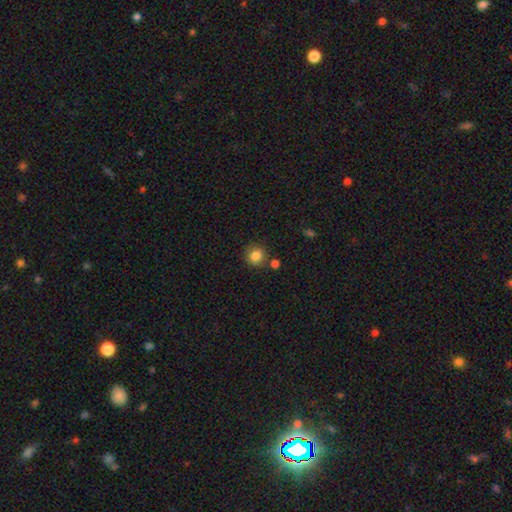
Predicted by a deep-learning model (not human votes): Smooth or featured? smooth (84%)
How rounded? round (88%)
Merging? none (78%)